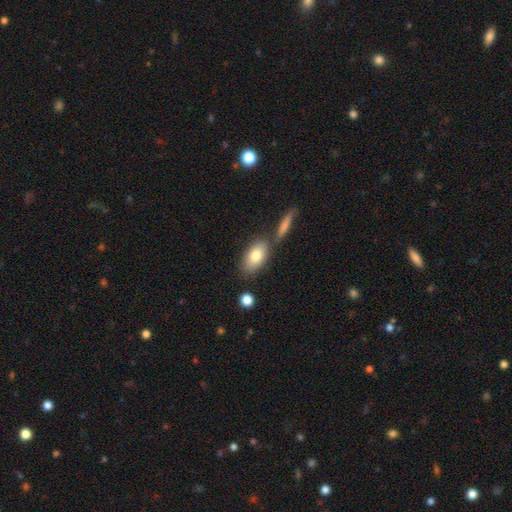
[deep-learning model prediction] smooth-or-featured: smooth: 79% | featured or disk: 14% | star or artifact: 7%
  how-rounded: in between: 90% | cigar-shaped: 5% | round: 5%
  merging: none: 68% | merger: 16% | minor disturbance: 13% | major disturbance: 4%